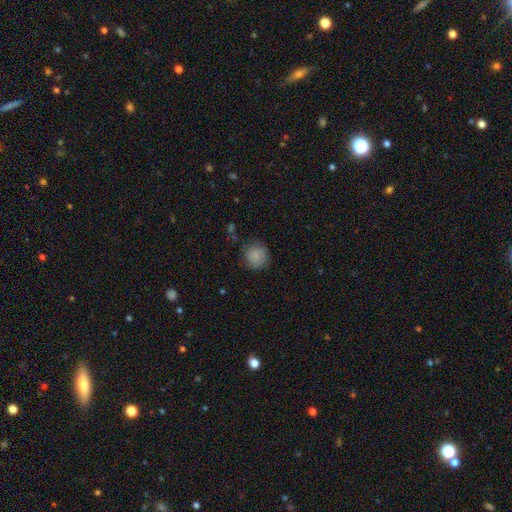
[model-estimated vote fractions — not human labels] Smooth or featured? Predicted: smooth (p=0.81). How rounded? Predicted: round (p=0.90). Merging? Predicted: none (p=0.80).